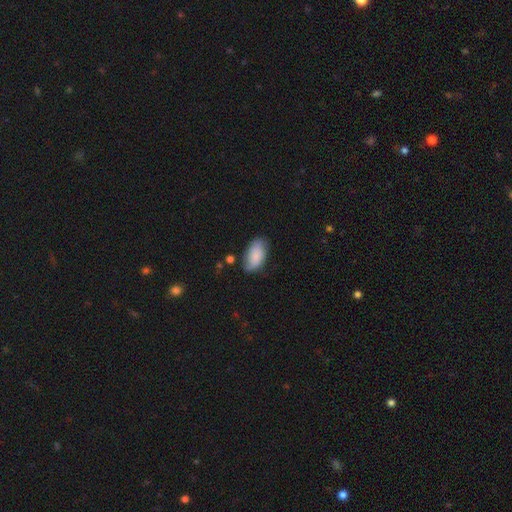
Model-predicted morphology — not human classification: This is likely a smooth galaxy (75%). How rounded: clearly in between (94%). Merging: likely none (67%).